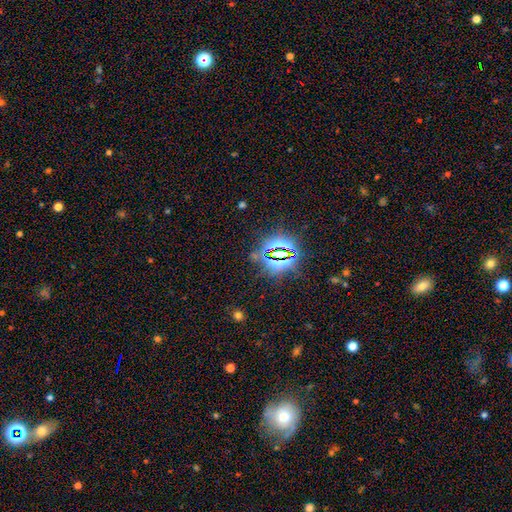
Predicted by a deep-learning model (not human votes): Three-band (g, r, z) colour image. It shows a star or artifact, not a galaxy (79%).